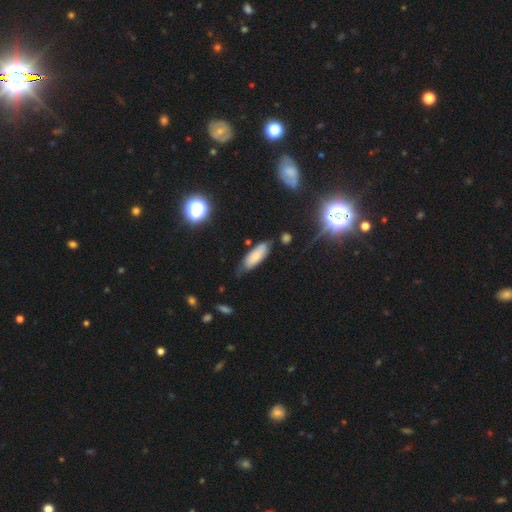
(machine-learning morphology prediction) type=smooth (74%); roundness=in between (66%); merging=none (67%).